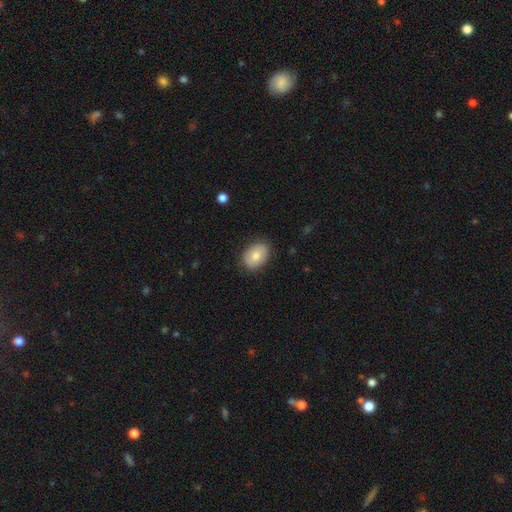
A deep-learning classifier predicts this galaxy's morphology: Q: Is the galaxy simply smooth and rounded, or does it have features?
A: smooth — 77%.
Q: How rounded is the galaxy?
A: in between — 78%.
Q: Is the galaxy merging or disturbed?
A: none — 84%.